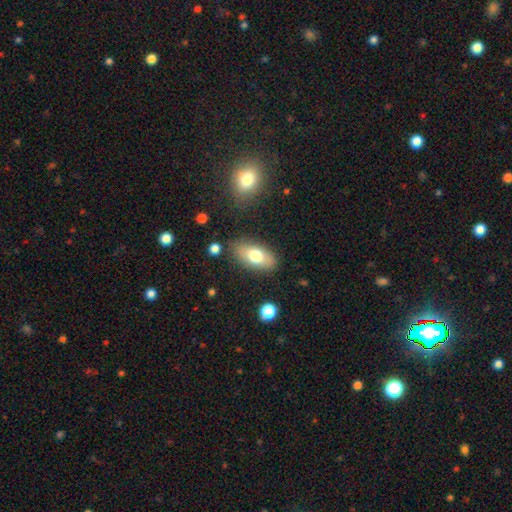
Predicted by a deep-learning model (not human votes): Smooth or featured? smooth (72%)
How rounded? in between (88%)
Merging? none (82%)